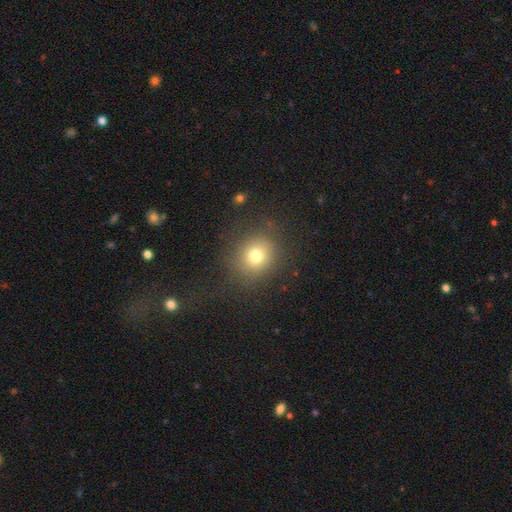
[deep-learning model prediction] A smooth galaxy with no disk features (74%) that is round (83%).

Vote fractions:
- Smooth or featured? smooth: 74% / star or artifact: 15% / featured or disk: 11%
- How rounded? round: 83% / in between: 16% / cigar-shaped: 1%
- Merging? none: 80% / minor disturbance: 10% / major disturbance: 8% / merger: 1%